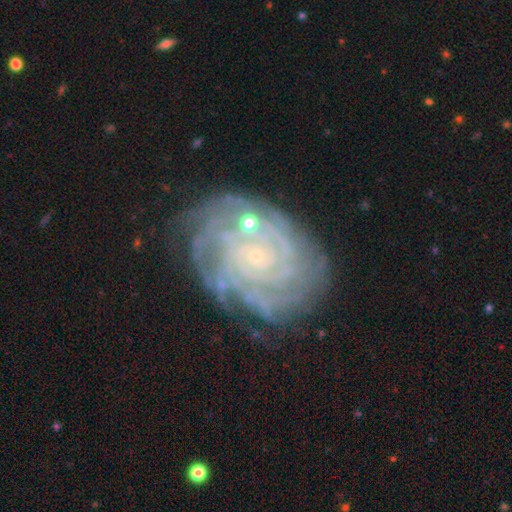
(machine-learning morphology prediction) This appears to be a featured or disk galaxy (87%) with no bar (77%), tight (83%) spiral arms (97%) and a small central bulge (87%). Merging: none (74%).